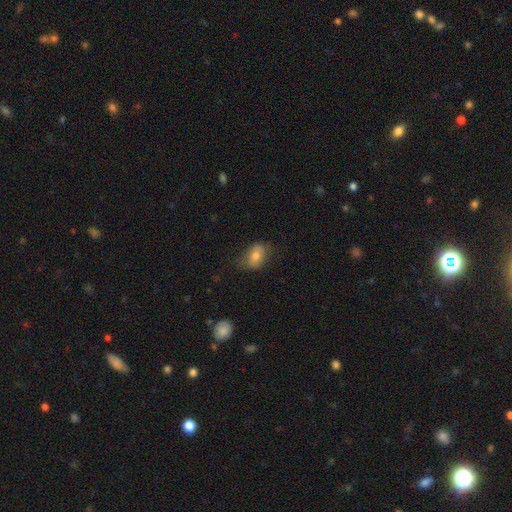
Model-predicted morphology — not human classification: smooth-or-featured: smooth: 74% | featured or disk: 18% | star or artifact: 8%
  how-rounded: in between: 77% | round: 21% | cigar-shaped: 2%
  merging: none: 68% | minor disturbance: 24% | major disturbance: 7% | merger: 1%